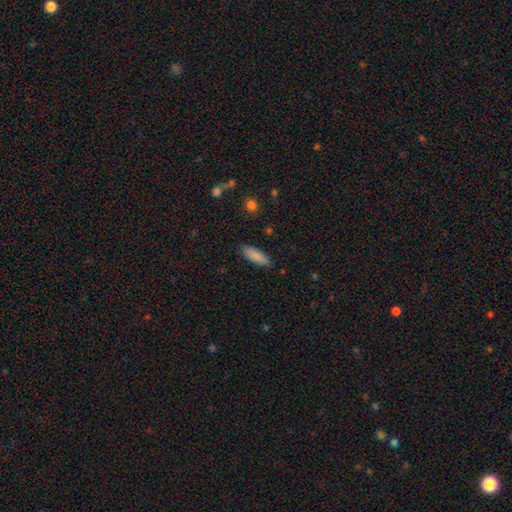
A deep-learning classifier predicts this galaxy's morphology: smooth 87%, featured or disk 7%, star or artifact 6%. Down the decision tree: how rounded — in between (53%); merging — none (86%).